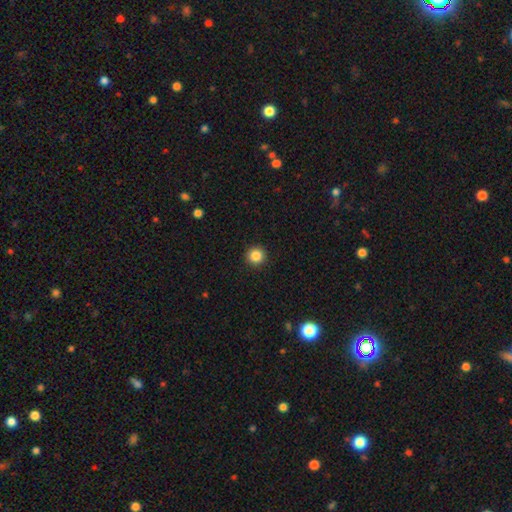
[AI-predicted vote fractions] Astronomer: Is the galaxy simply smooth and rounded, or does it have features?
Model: smooth — 85%.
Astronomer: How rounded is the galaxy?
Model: round — 95%.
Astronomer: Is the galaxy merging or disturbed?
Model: none — 92%.